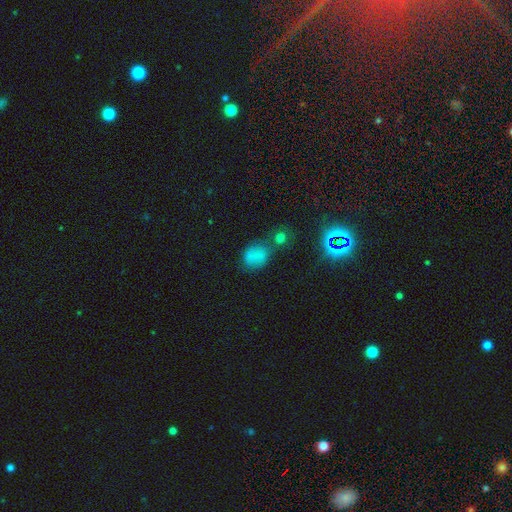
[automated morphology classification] A smooth galaxy with no disk features (69%) that is in between round and cigar-shaped (50%).

Vote fractions:
- Smooth or featured? smooth: 69% / star or artifact: 21% / featured or disk: 10%
- How rounded? in between: 50% / round: 48% / cigar-shaped: 2%
- Merging? none: 48% / merger: 23% / minor disturbance: 19% / major disturbance: 10%